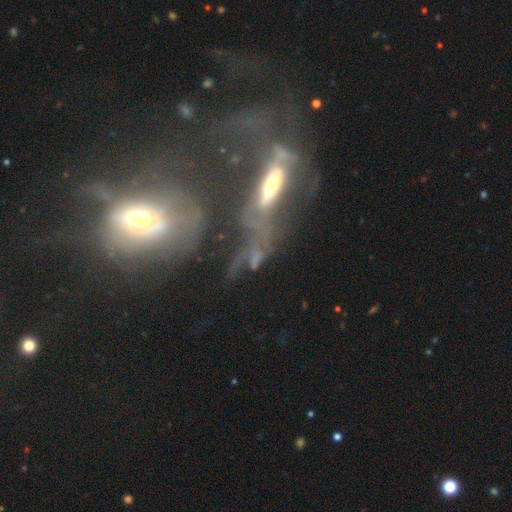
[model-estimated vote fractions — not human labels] A featured or disk galaxy (55%).

Vote fractions:
- Smooth or featured? featured or disk: 55% / smooth: 26% / star or artifact: 19%
- Edge-on disk? no: 67% / yes: 33%
- Merging? merger: 33% / none: 28% / major disturbance: 26% / minor disturbance: 13%